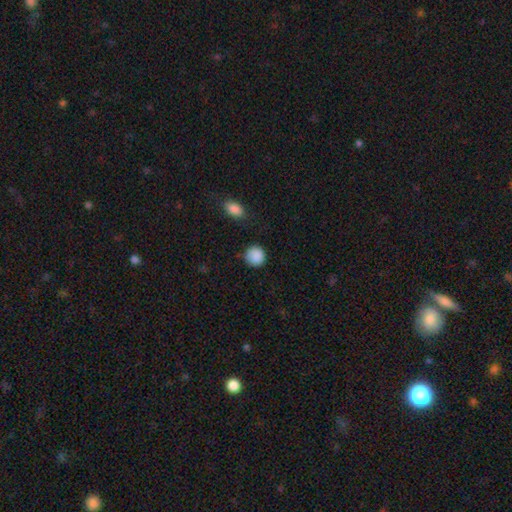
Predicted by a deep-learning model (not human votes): A smooth galaxy with no disk features (89%) that is round (92%). Merging: none (84%).